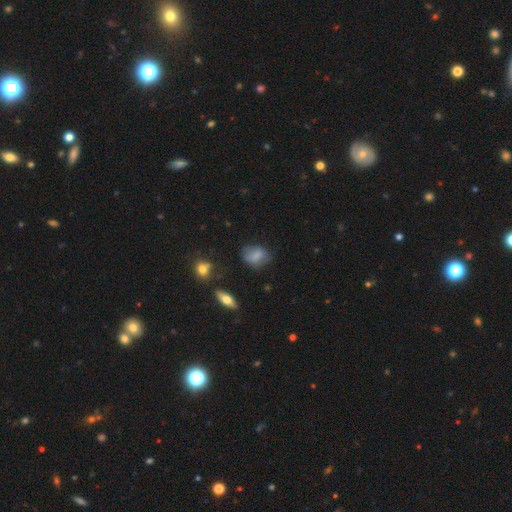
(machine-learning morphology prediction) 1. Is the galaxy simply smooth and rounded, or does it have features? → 73% smooth, 18% featured or disk, 9% star or artifact.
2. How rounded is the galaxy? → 71% in between, 26% round, 3% cigar-shaped.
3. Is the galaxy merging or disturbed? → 63% none, 26% minor disturbance, 8% major disturbance, 2% merger.